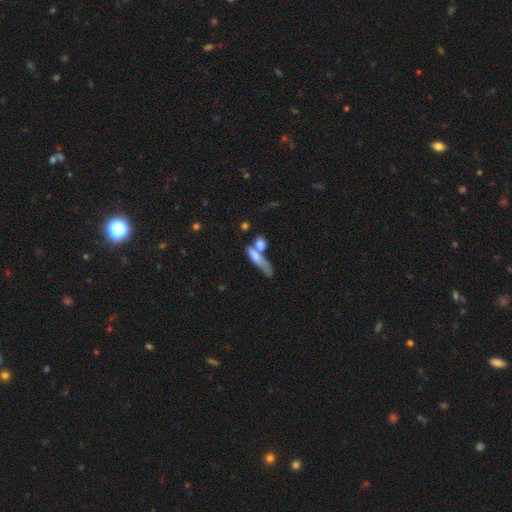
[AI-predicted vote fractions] smooth 65%, featured or disk 26%, star or artifact 9%. Down the decision tree: how rounded — cigar-shaped (60%); merging — merger (42%).